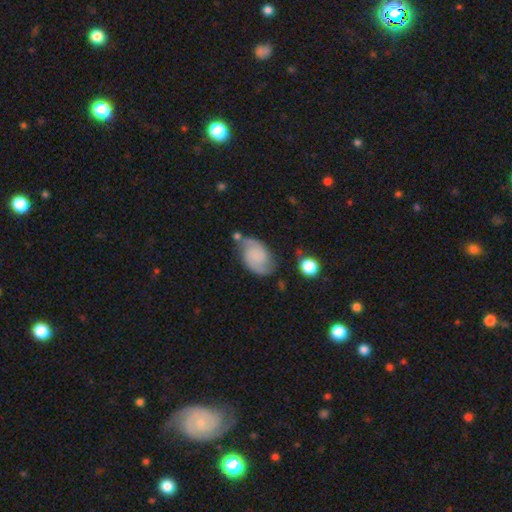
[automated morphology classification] featured or disk 67%, smooth 25%, star or artifact 8%. Down the decision tree: edge-on disk — no (97%); bar — no (63%); spiral arms — yes (94%); spiral arm count — 2 (91%); spiral winding — medium (46%); bulge size — none (51%); merging — none (65%).